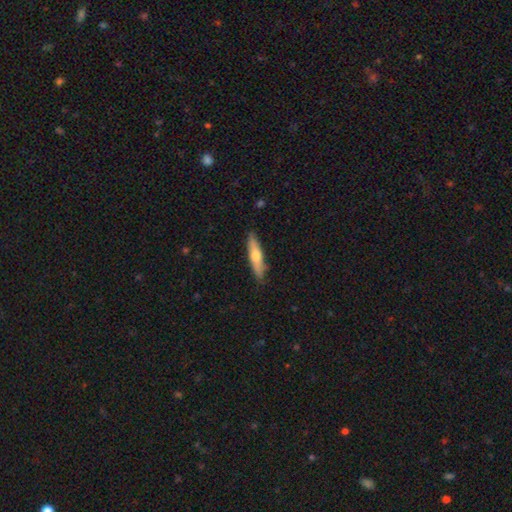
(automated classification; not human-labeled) smooth-or-featured: smooth: 54% | featured or disk: 41% | star or artifact: 5%
  how-rounded: cigar-shaped: 82% | in between: 16% | round: 2%
  merging: none: 88% | minor disturbance: 9% | major disturbance: 2% | merger: 1%